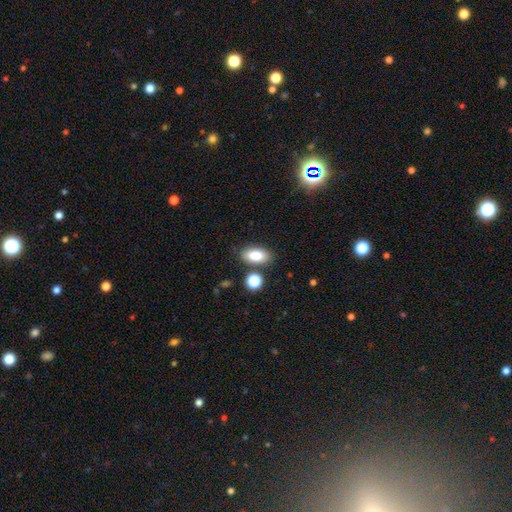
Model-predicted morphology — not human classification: This appears to be a smooth galaxy with no disk features (85%) that is in between round and cigar-shaped (90%). Merging: none (79%).